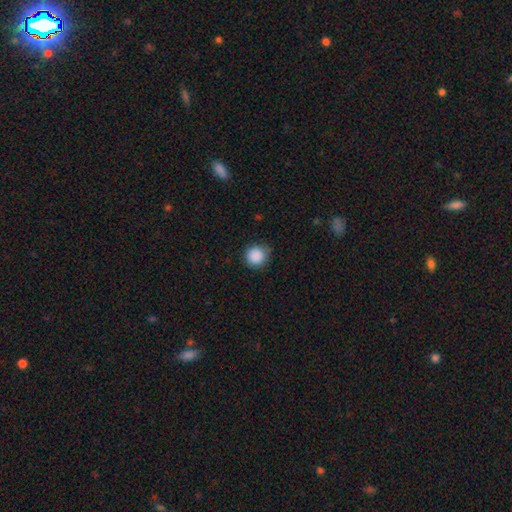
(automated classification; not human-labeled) Smooth or featured?
  - smooth: 88% *
  - star or artifact: 9%
  - featured or disk: 3%
How rounded?
  - round: 93% *
  - in between: 6%
  - cigar-shaped: 1%
Merging?
  - none: 82% *
  - minor disturbance: 14%
  - major disturbance: 3%
  - merger: 1%